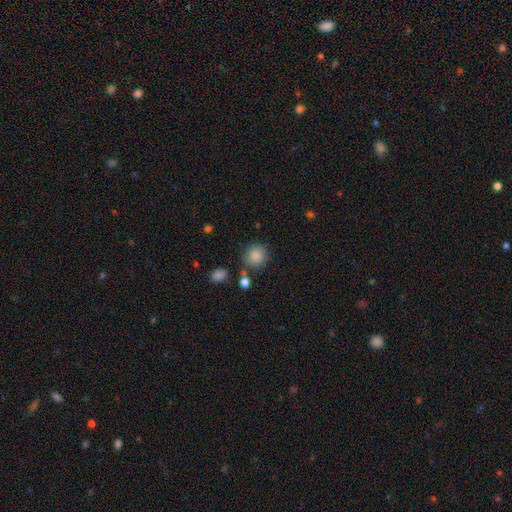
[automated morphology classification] A smooth galaxy with no disk features (85%) that is round (87%). Merging: none (76%).